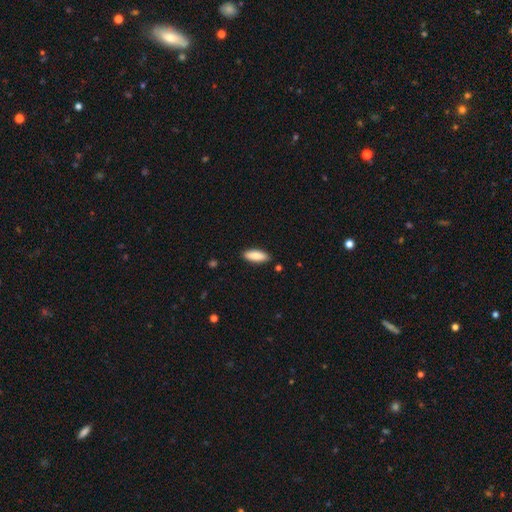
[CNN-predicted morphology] smooth 87%, featured or disk 7%, star or artifact 6%. Down the decision tree: how rounded — in between (67%); merging — none (87%).